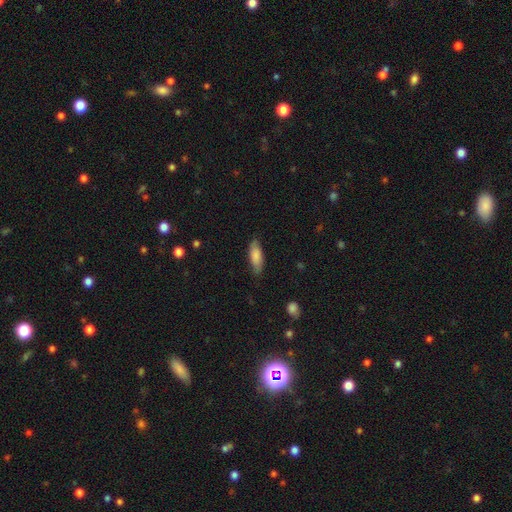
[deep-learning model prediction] Q: Smooth or featured?
A: smooth (81%); runner-up: featured or disk (13%)
Q: How rounded?
A: in between (63%); runner-up: cigar-shaped (35%)
Q: Merging?
A: none (78%); runner-up: minor disturbance (17%)